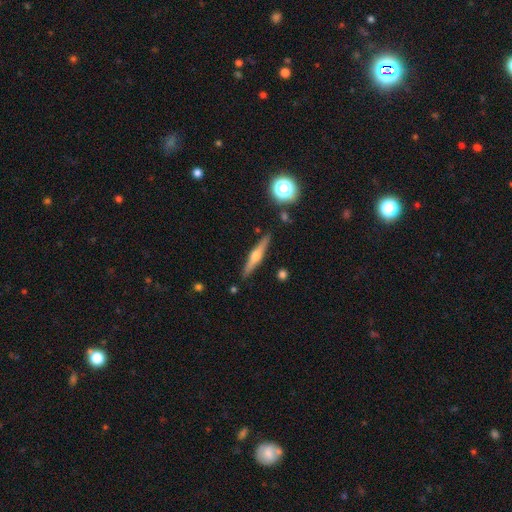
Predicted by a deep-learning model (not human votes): featured or disk 71%, smooth 23%, star or artifact 6%. Down the decision tree: edge-on disk — yes (97%); edge-on bulge — rounded (94%); merging — none (89%).